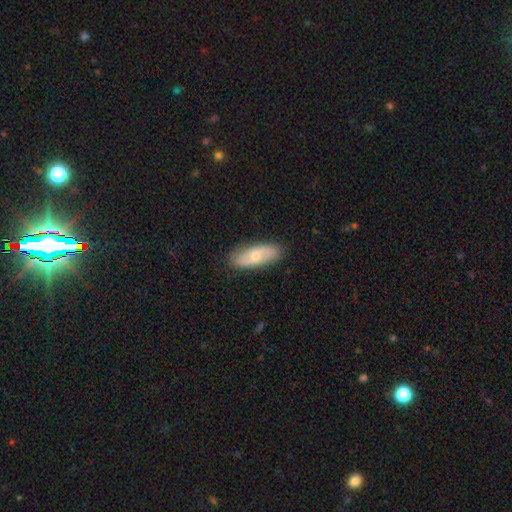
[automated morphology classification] Smooth or featured?
  - smooth: 48% *
  - featured or disk: 46%
  - star or artifact: 6%
Merging?
  - none: 85% *
  - minor disturbance: 11%
  - major disturbance: 2%
  - merger: 1%